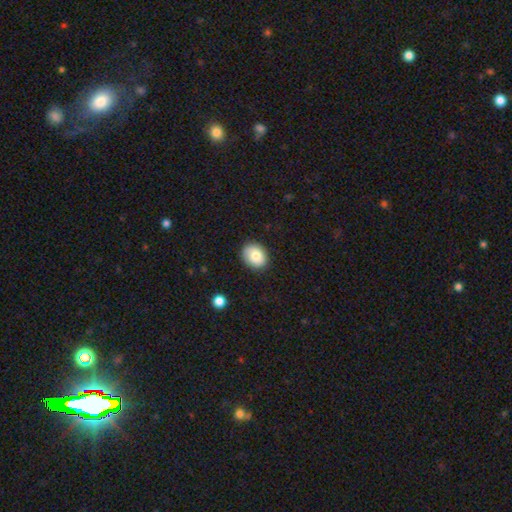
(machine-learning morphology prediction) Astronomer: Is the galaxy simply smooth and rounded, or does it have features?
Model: smooth — 79%.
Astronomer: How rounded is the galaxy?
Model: in between — 50%, tied with round at 50%.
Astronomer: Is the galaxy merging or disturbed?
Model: none — 85%.